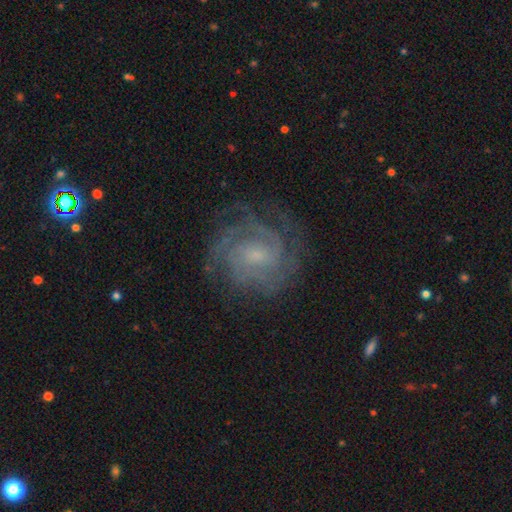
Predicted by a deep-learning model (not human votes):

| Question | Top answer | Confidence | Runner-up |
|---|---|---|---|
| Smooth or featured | featured or disk | 84% | smooth (9%) |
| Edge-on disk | no | 98% | yes (2%) |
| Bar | weak | 48% | no (43%) |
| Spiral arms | yes | 96% | no (4%) |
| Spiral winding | tight | 68% | medium (27%) |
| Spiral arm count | can't tell | 30% | 2 (24%) |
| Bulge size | small | 62% | moderate (25%) |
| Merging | none | 76% | minor disturbance (15%) |